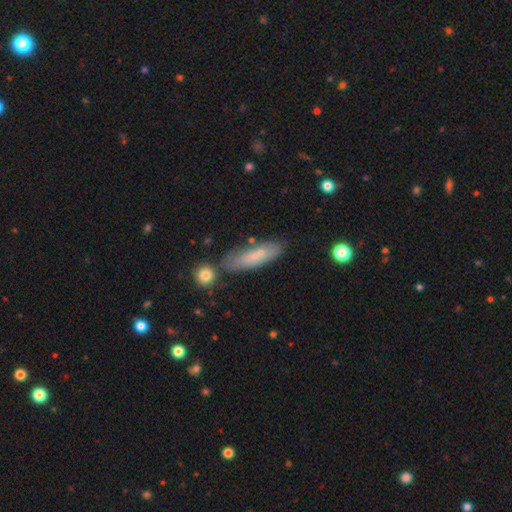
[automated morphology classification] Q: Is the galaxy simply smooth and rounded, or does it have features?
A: smooth — 67%.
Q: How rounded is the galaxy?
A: cigar-shaped — 56%.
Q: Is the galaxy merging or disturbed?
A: none — 70%.